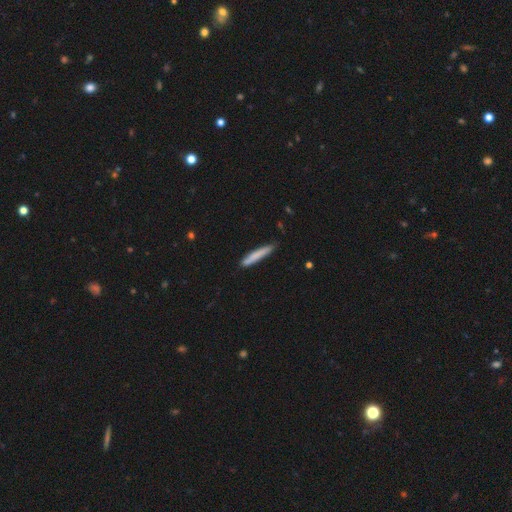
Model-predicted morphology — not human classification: This appears to be a smooth galaxy with no disk features (79%) that is cigar-shaped (94%). Merging: none (81%).